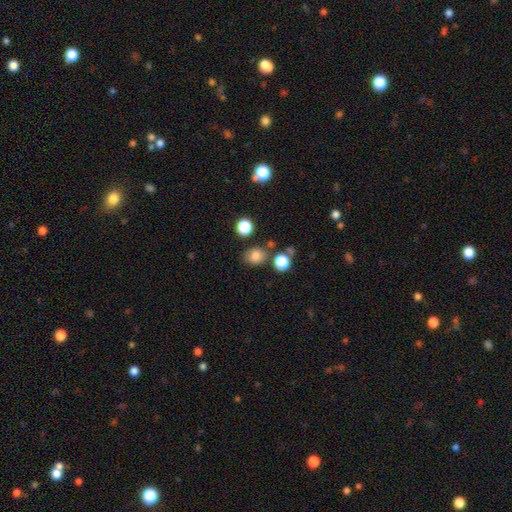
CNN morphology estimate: Smooth or featured? smooth (80%)
How rounded? round (56%)
Merging? none (73%)